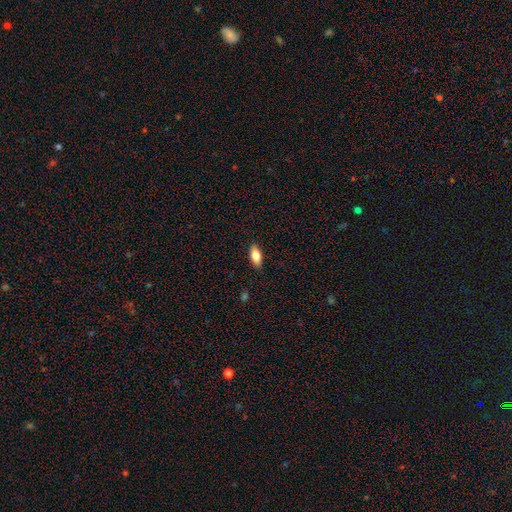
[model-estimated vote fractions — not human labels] Overall: smooth (81%). How rounded: in between (85%). Merging: none (87%).